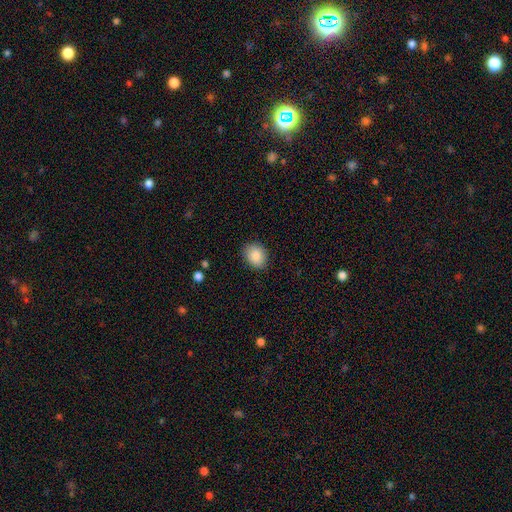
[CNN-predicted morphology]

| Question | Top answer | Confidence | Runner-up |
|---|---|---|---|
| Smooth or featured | smooth | 88% | star or artifact (8%) |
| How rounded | in between | 50% | round (49%) |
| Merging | none | 86% | minor disturbance (10%) |